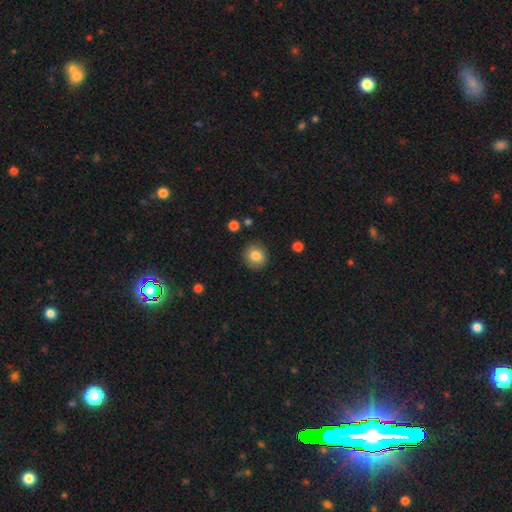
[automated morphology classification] This is clearly a smooth galaxy (84%). How rounded: clearly round (85%). Merging: clearly none (88%).